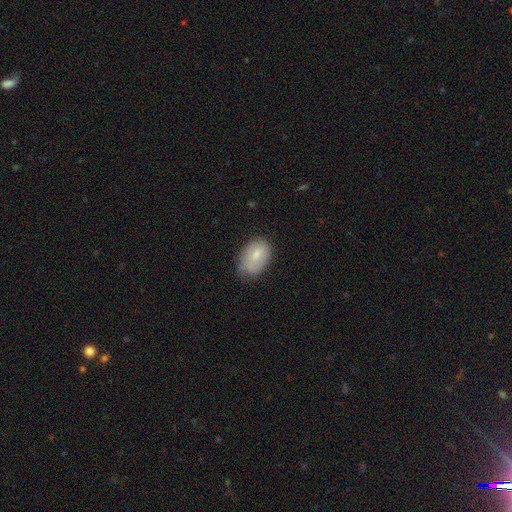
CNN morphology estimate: Smooth or featured?
  - smooth: 75% *
  - featured or disk: 18%
  - star or artifact: 7%
How rounded?
  - in between: 87% *
  - round: 11%
  - cigar-shaped: 1%
Merging?
  - none: 57% *
  - minor disturbance: 33%
  - major disturbance: 8%
  - merger: 2%